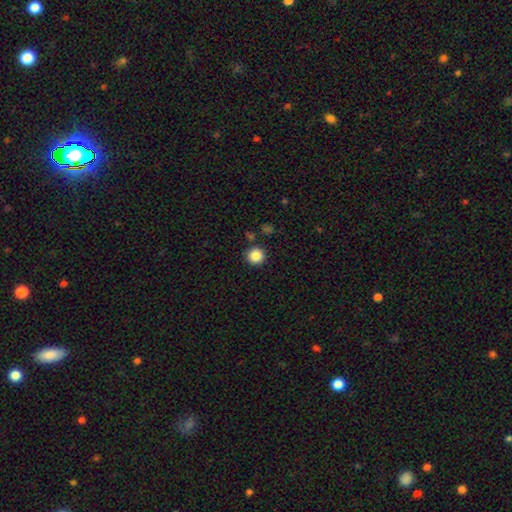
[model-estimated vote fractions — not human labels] Smooth or featured? smooth (86%)
How rounded? round (95%)
Merging? none (88%)